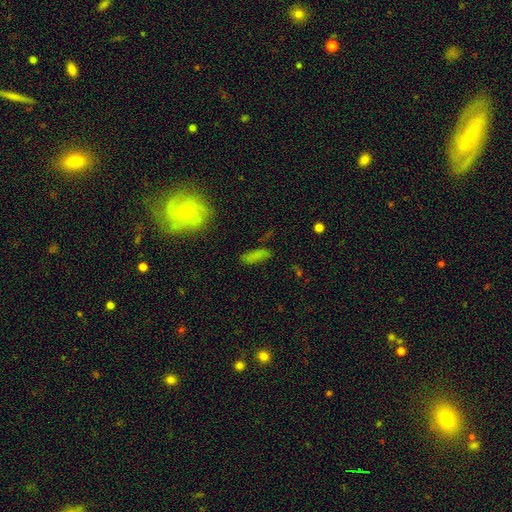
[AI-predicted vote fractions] smooth 72%, star or artifact 14%, featured or disk 14%. Down the decision tree: how rounded — in between (53%); merging — none (74%).